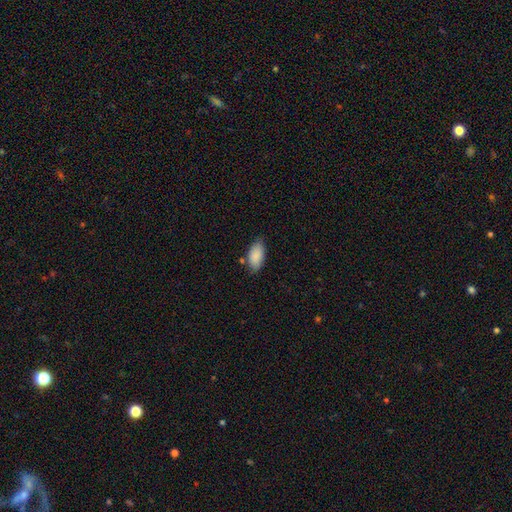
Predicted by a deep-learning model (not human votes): Smooth or featured? smooth (88%)
How rounded? in between (93%)
Merging? none (75%)